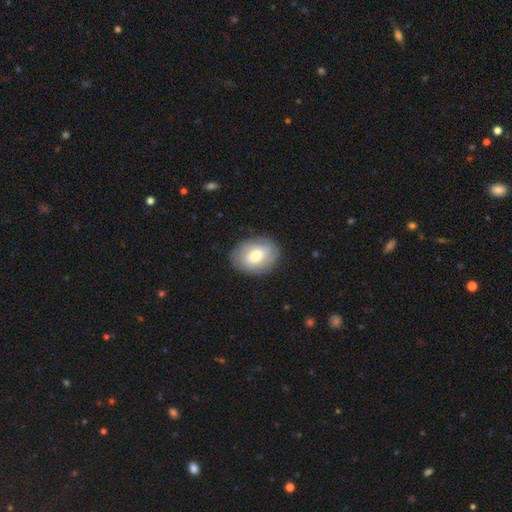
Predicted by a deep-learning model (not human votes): A smooth galaxy with no disk features (58%) that is in between round and cigar-shaped (66%). Merging: none (83%).